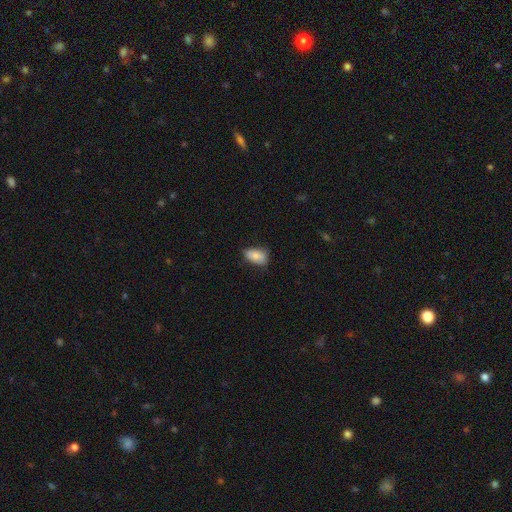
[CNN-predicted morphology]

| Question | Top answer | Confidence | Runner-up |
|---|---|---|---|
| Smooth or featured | smooth | 82% | featured or disk (11%) |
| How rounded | in between | 92% | round (5%) |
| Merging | none | 68% | minor disturbance (26%) |